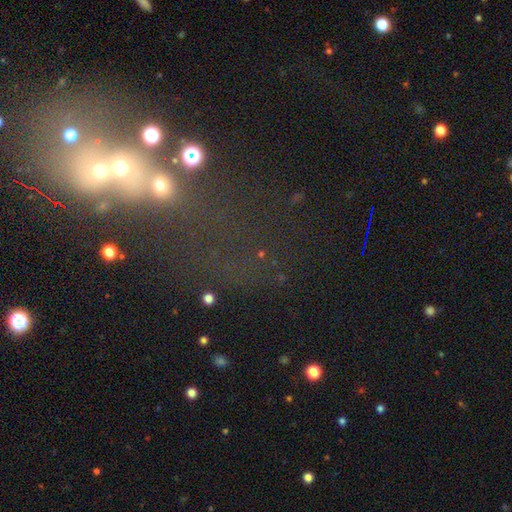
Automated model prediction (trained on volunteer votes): This is possibly a star or artifact rather than a galaxy (53%).